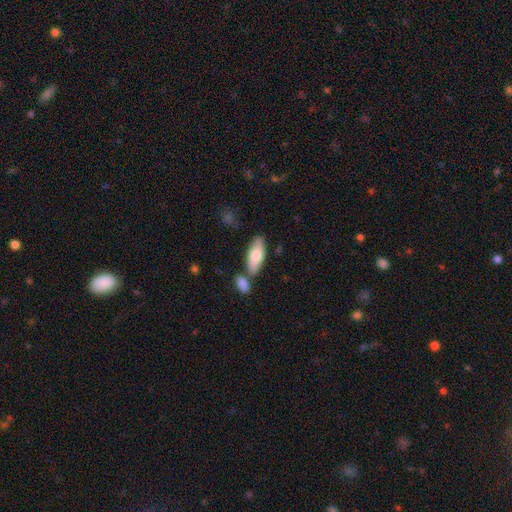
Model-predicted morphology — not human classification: A smooth galaxy with no disk features (75%) that is in between round and cigar-shaped (78%). Merging: none (66%).